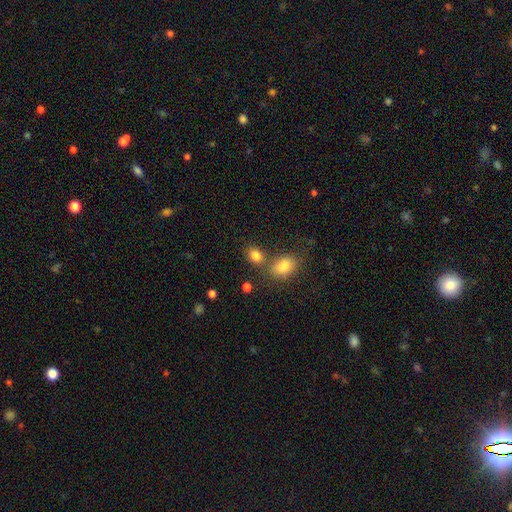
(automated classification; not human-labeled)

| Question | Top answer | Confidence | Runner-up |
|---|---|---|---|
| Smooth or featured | smooth | 83% | star or artifact (11%) |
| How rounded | in between | 70% | round (29%) |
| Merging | none | 60% | merger (26%) |